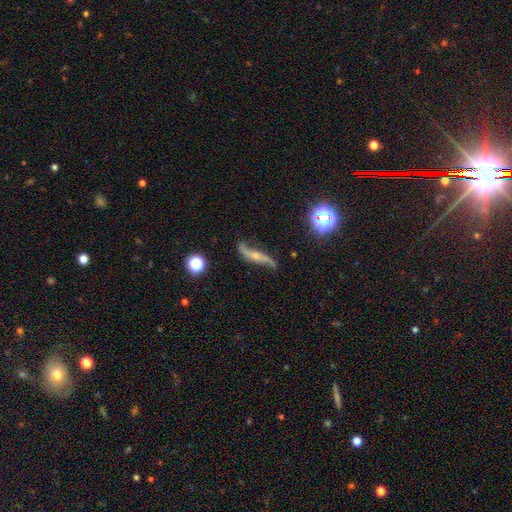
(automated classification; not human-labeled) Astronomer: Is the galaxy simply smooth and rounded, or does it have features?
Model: featured or disk — 84%.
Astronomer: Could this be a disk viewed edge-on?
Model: no — 78%.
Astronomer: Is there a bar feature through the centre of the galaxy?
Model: no — 57%.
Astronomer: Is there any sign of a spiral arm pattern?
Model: yes — 94%.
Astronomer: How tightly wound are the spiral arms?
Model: loose — 94%.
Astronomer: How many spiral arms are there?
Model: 2 — 93%.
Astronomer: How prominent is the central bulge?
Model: small — 60%.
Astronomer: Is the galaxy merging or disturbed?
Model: none — 69%.